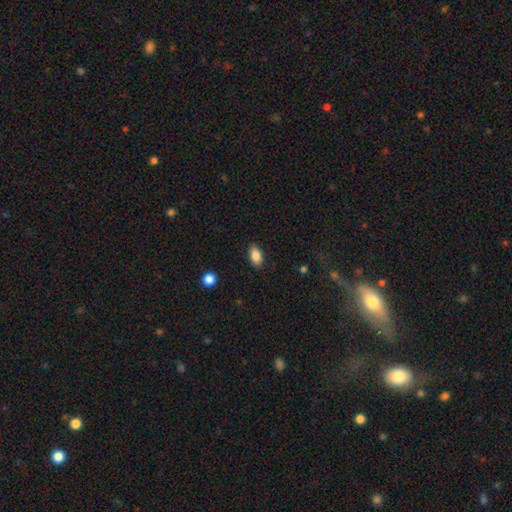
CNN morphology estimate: Smooth or featured: smooth — 86% (star or artifact — 8%)
How rounded: in between — 91% (round — 6%)
Merging: none — 87% (minor disturbance — 9%)